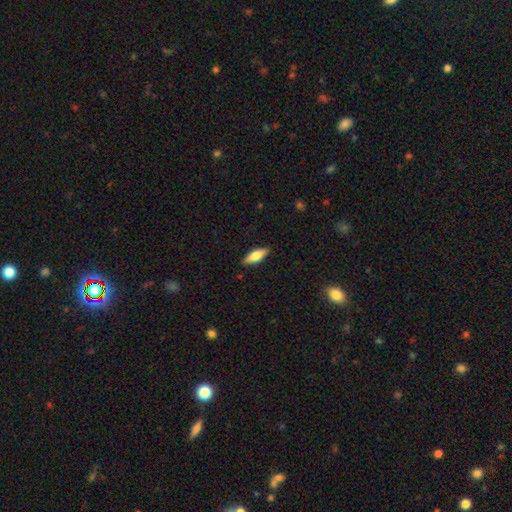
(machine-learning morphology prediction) smooth 66%, featured or disk 28%, star or artifact 6%. Down the decision tree: how rounded — in between (58%); merging — none (88%).